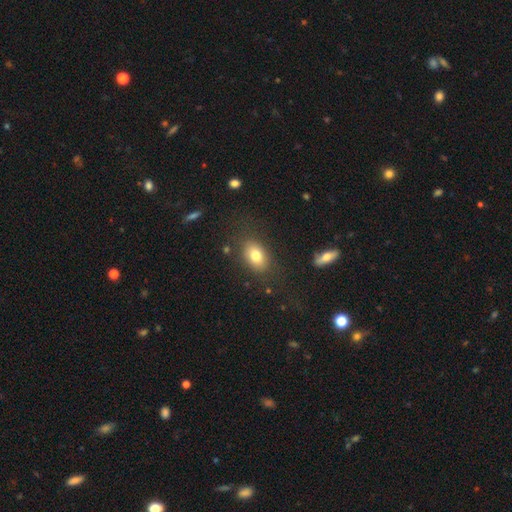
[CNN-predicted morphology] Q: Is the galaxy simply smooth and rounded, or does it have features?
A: smooth — 77%.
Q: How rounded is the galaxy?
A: in between — 82%.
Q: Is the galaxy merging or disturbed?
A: none — 80%.